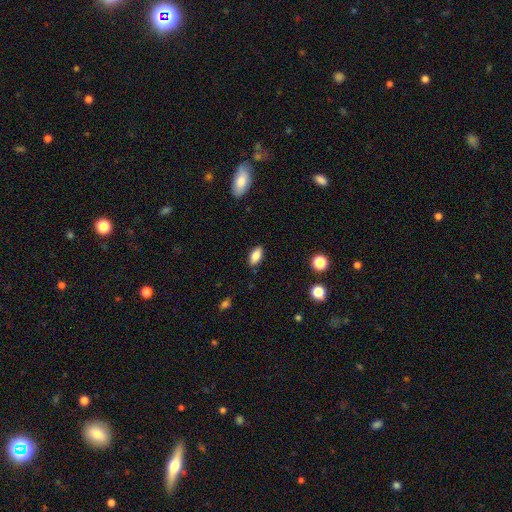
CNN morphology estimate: Overall: smooth (84%). How rounded: in between (87%). Merging: none (87%).